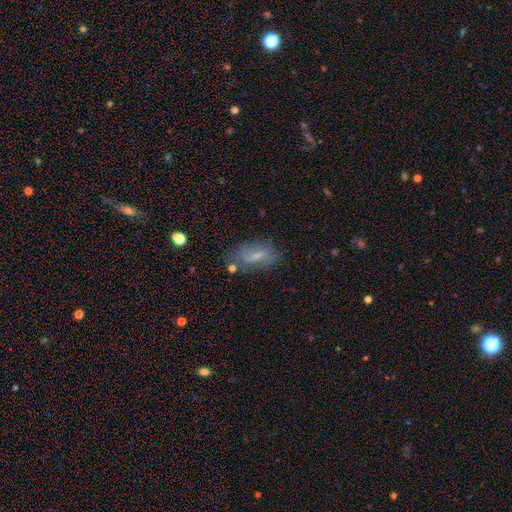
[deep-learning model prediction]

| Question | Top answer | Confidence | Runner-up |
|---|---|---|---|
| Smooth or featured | smooth | 58% | featured or disk (31%) |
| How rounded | in between | 76% | cigar-shaped (19%) |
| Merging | none | 65% | minor disturbance (21%) |